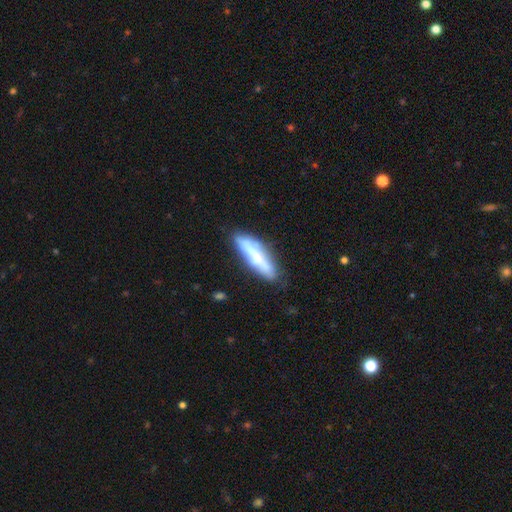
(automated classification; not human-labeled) Smooth or featured: smooth — 63% (featured or disk — 30%)
How rounded: cigar-shaped — 72% (in between — 27%)
Merging: none — 75% (minor disturbance — 18%)